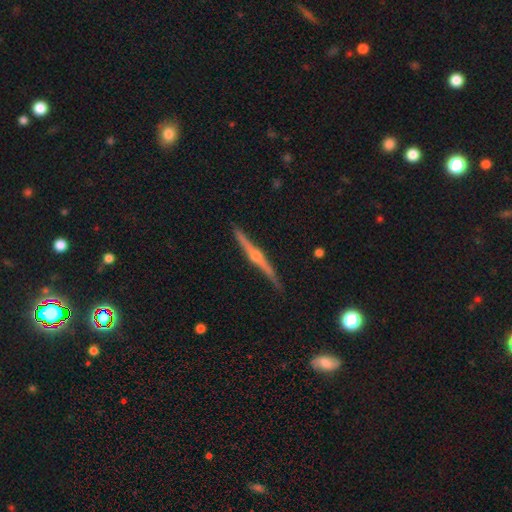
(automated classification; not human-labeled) Smooth or featured? Predicted: featured or disk (p=0.85). Edge-on disk? Predicted: yes (p=0.98). Edge-on bulge? Predicted: rounded (p=0.93). Merging? Predicted: none (p=0.88).